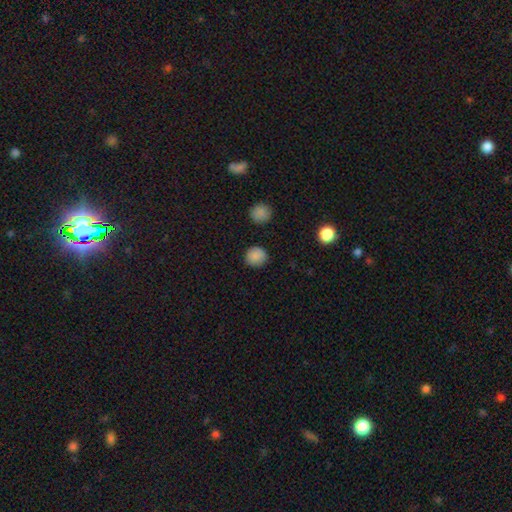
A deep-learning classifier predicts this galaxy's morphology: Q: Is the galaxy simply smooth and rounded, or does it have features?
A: smooth — 86%.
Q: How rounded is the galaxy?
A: round — 90%.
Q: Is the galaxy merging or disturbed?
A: none — 89%.